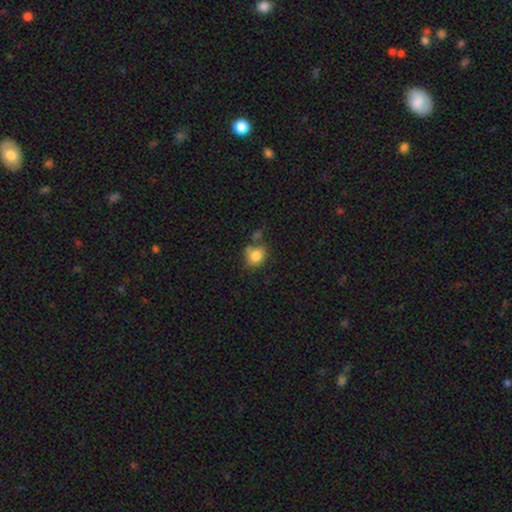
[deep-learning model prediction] A smooth galaxy with no disk features (82%) that is round (60%).

Vote fractions:
- Smooth or featured? smooth: 82% / star or artifact: 10% / featured or disk: 8%
- How rounded? round: 60% / in between: 39% / cigar-shaped: 1%
- Merging? none: 55% / minor disturbance: 22% / merger: 15% / major disturbance: 8%